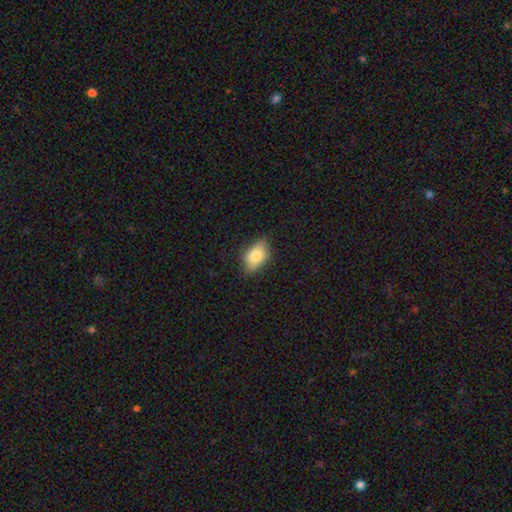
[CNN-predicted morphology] A smooth galaxy with no disk features (80%) that is in between round and cigar-shaped (87%). Merging: none (75%).